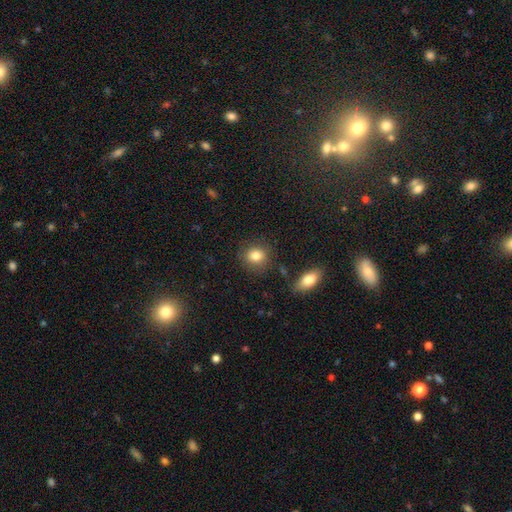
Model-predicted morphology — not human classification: The model was most divided on "how rounded": round: 71%, in between: 28%, cigar-shaped: 1%. More confident: smooth or featured — smooth (84%); merging — none (81%).